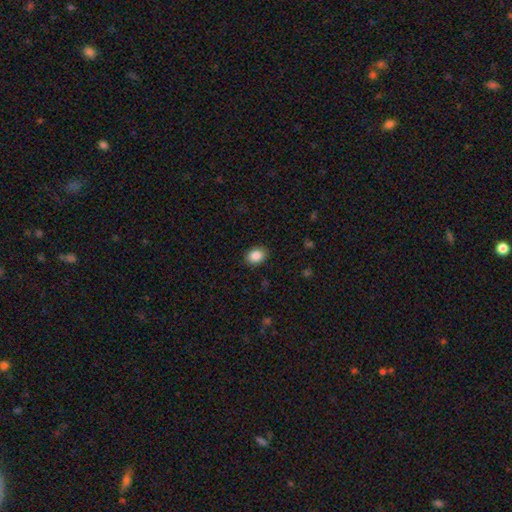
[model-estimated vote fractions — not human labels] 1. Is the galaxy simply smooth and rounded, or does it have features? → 88% smooth, 8% star or artifact, 4% featured or disk.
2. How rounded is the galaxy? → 66% in between, 33% round, 1% cigar-shaped.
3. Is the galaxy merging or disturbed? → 88% none, 9% minor disturbance, 2% major disturbance, 1% merger.